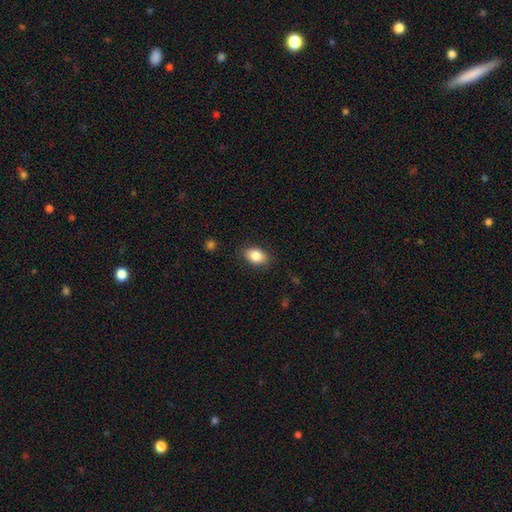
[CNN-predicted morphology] Q: Smooth or featured?
A: smooth (85%); runner-up: star or artifact (8%)
Q: How rounded?
A: in between (81%); runner-up: round (17%)
Q: Merging?
A: none (86%); runner-up: minor disturbance (11%)